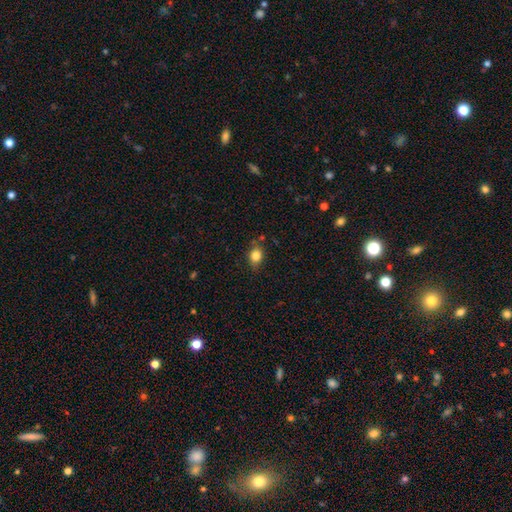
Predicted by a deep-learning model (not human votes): A smooth galaxy with no disk features (83%) that is in between round and cigar-shaped (50%).

Vote fractions:
- Smooth or featured? smooth: 83% / star or artifact: 10% / featured or disk: 7%
- How rounded? in between: 50% / round: 49% / cigar-shaped: 2%
- Merging? none: 73% / minor disturbance: 20% / major disturbance: 4% / merger: 3%